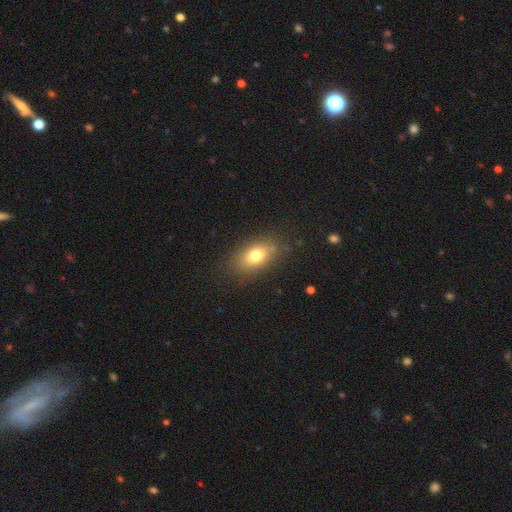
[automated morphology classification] This is likely a smooth galaxy (74%). How rounded: clearly in between (83%). Merging: clearly none (81%).